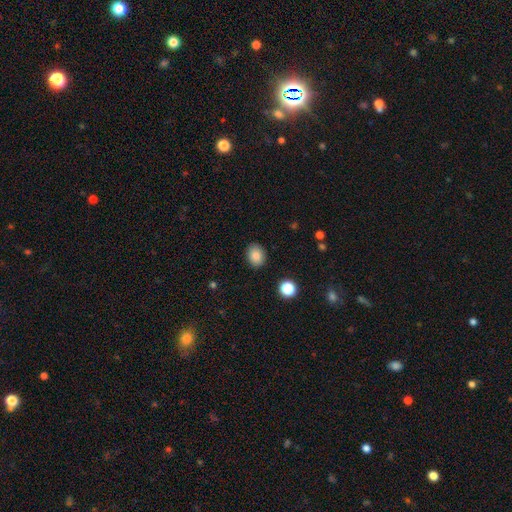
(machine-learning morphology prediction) type=smooth (86%); roundness=in between (57%); merging=none (87%).